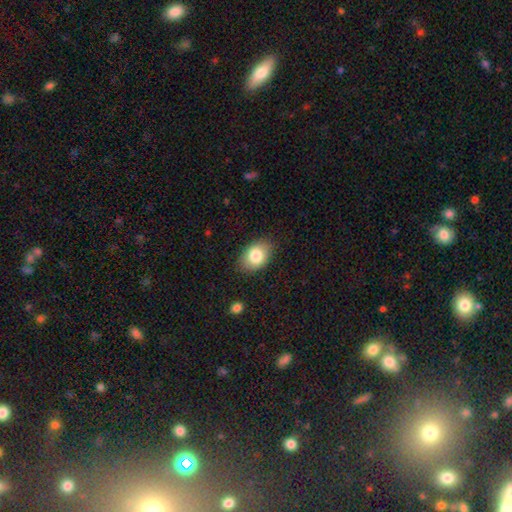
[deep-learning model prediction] smooth-or-featured: smooth: 82% | featured or disk: 10% | star or artifact: 7%
  how-rounded: in between: 84% | round: 15% | cigar-shaped: 1%
  merging: none: 83% | minor disturbance: 13% | major disturbance: 3% | merger: 1%